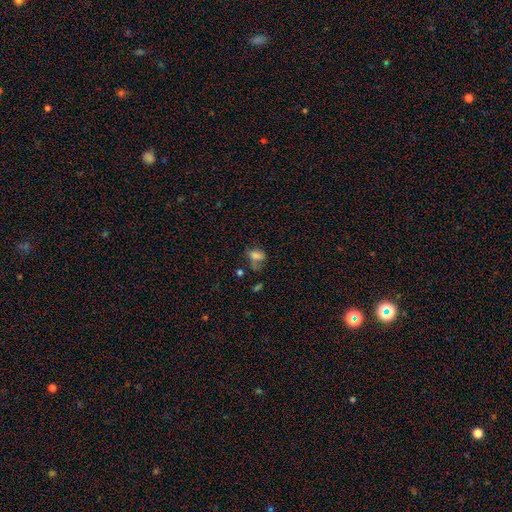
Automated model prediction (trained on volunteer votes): Overall: smooth (69%). How rounded: in between (79%). Merging: none (33%; major disturbance 28%).